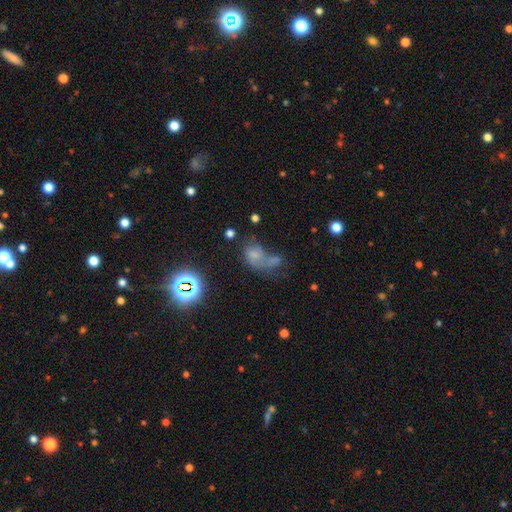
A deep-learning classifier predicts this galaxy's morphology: This is possibly a smooth galaxy (54%). How rounded: likely in between (68%). Merging: marginally merger (42%).